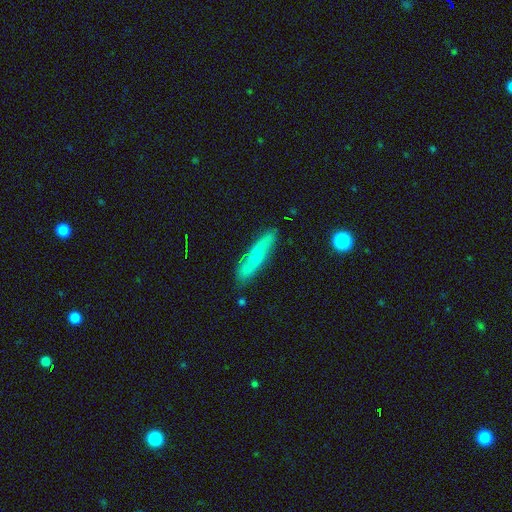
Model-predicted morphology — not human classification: type=featured or disk (48%); merging=none (78%).